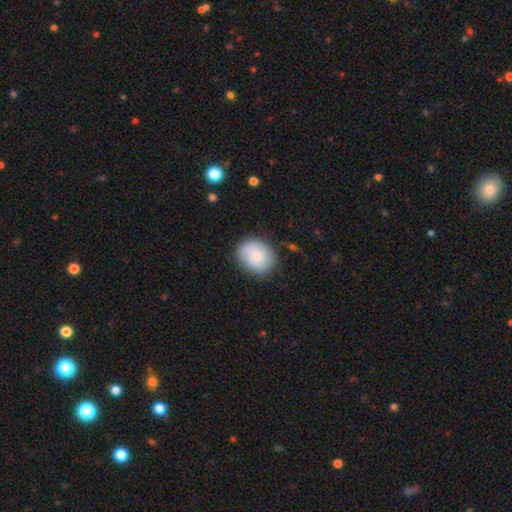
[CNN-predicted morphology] Smooth or featured? Predicted: smooth (p=0.73). How rounded? Predicted: round (p=0.56). Merging? Predicted: none (p=0.70).